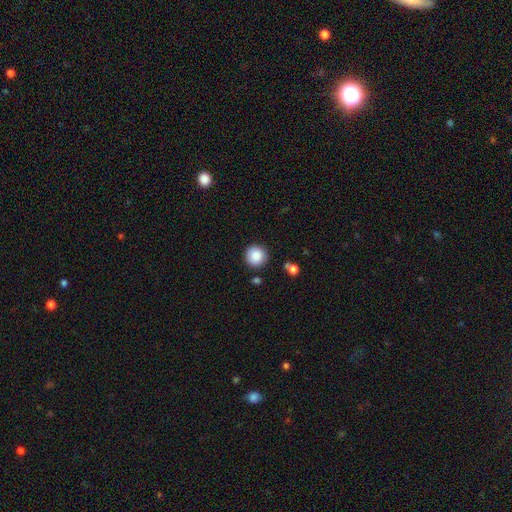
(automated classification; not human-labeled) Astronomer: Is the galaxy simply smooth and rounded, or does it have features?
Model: smooth — 88%.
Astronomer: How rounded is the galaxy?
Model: round — 95%.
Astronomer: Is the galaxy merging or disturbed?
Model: none — 87%.